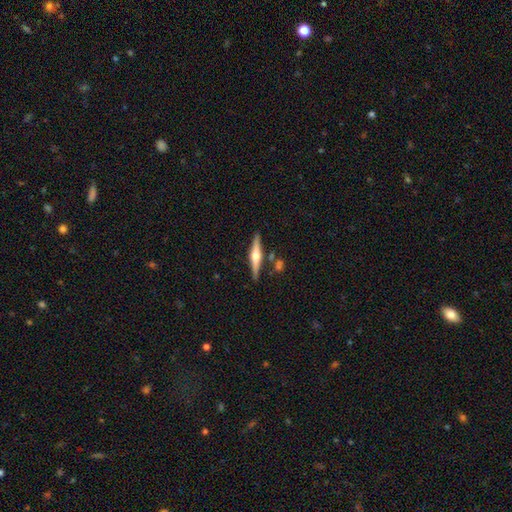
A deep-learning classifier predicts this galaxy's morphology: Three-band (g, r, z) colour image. It shows a featured or disk galaxy (71%) viewed edge-on (97%) with a rounded central bulge (92%). Merging: none (83%).